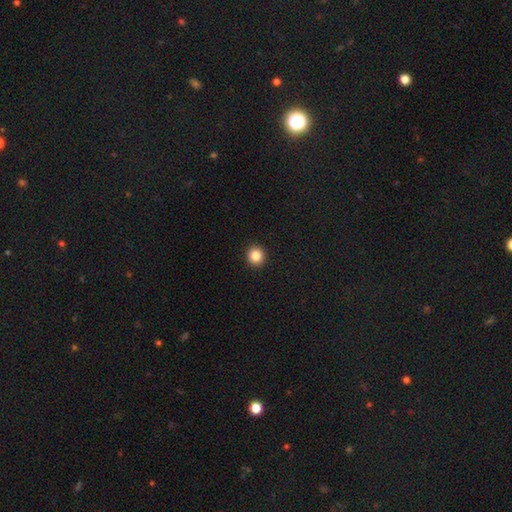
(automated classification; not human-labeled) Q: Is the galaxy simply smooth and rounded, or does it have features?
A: smooth — 85%.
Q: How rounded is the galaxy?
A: round — 91%.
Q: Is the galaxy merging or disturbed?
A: none — 93%.